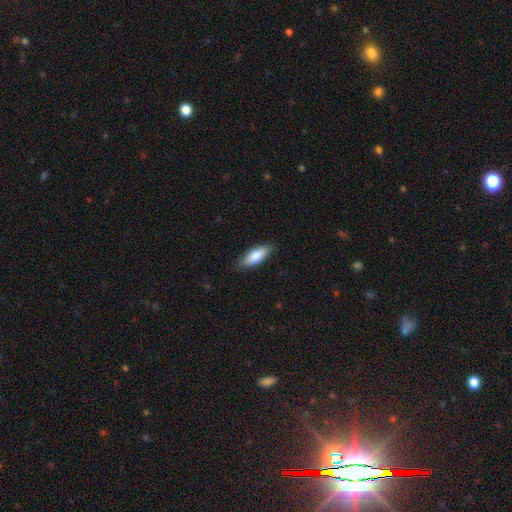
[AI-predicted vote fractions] Smooth or featured? Predicted: smooth (p=0.82). How rounded? Predicted: in between (p=0.72). Merging? Predicted: none (p=0.83).